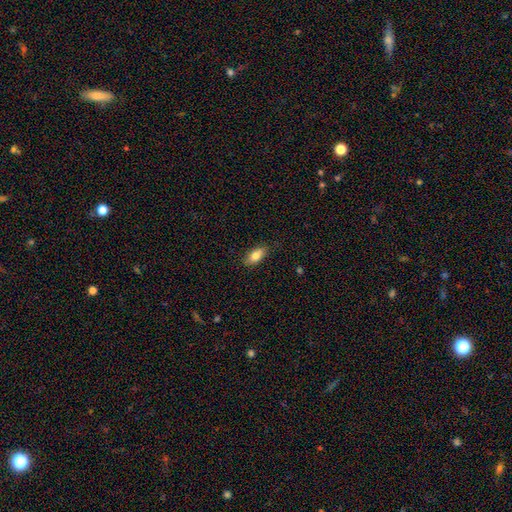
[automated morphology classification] smooth 79%, featured or disk 14%, star or artifact 7%. Down the decision tree: how rounded — in between (86%); merging — none (84%).